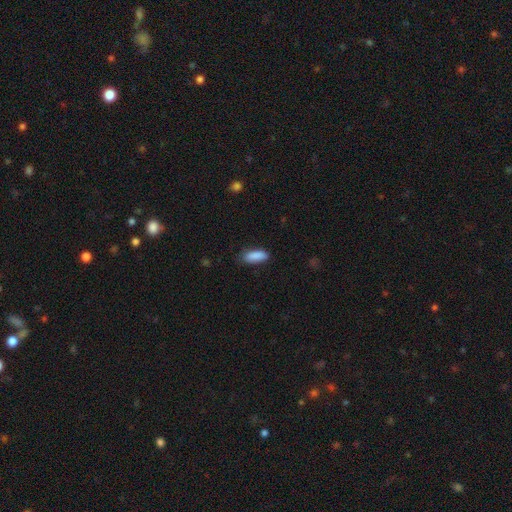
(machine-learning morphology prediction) smooth-or-featured: smooth: 88% | star or artifact: 7% | featured or disk: 5%
  how-rounded: in between: 69% | cigar-shaped: 29% | round: 2%
  merging: none: 74% | minor disturbance: 21% | major disturbance: 4% | merger: 1%